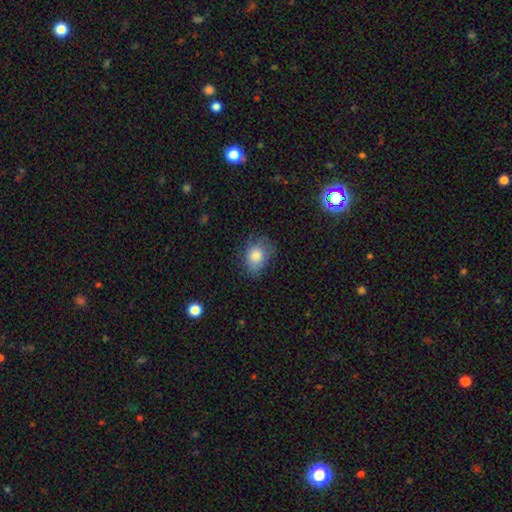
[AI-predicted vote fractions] The model was most divided on "how rounded": in between: 58%, round: 41%, cigar-shaped: 1%. More confident: smooth or featured — smooth (80%); merging — none (66%).